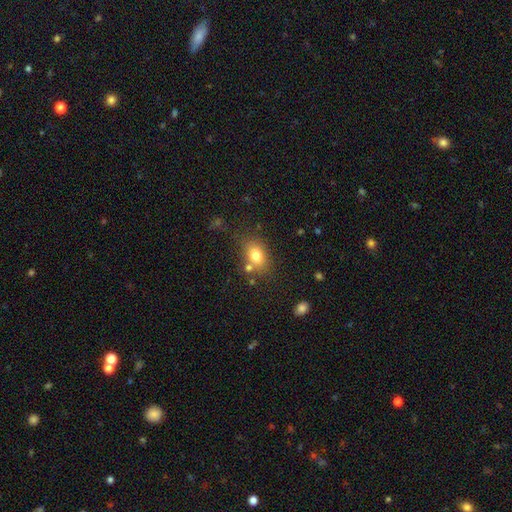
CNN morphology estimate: The model was most divided on "how rounded": in between: 73%, round: 25%, cigar-shaped: 2%. More confident: smooth or featured — smooth (76%); merging — none (67%).